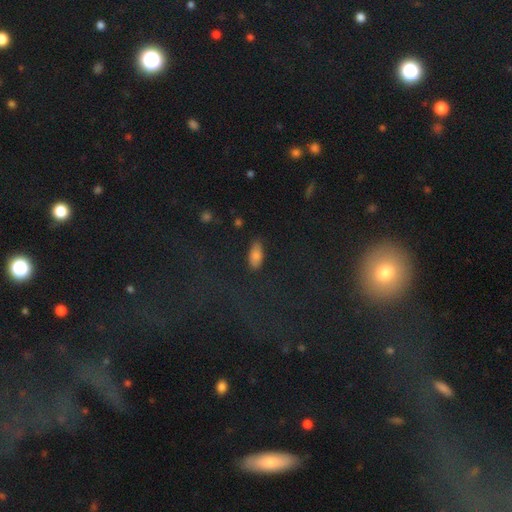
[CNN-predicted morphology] Q: Smooth or featured?
A: smooth (79%); runner-up: star or artifact (12%)
Q: How rounded?
A: in between (88%); runner-up: cigar-shaped (9%)
Q: Merging?
A: none (81%); runner-up: minor disturbance (14%)